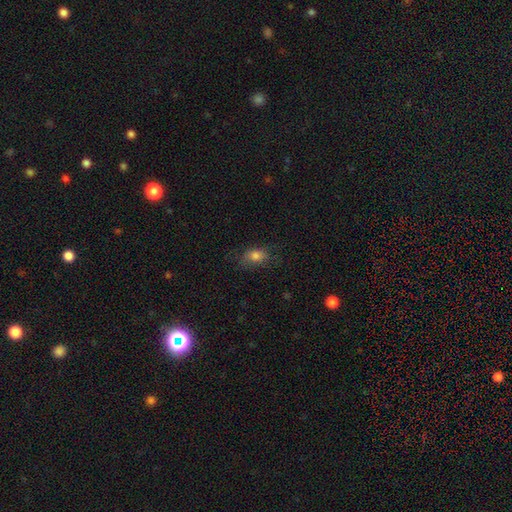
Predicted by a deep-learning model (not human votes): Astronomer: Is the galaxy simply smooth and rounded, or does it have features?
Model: smooth — 79%.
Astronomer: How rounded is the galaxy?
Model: in between — 78%.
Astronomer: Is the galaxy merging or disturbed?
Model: none — 68%.